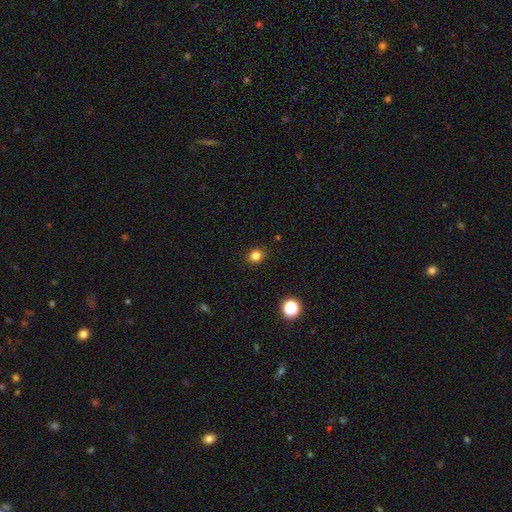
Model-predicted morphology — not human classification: The model was most divided on "how rounded": round: 76%, in between: 23%, cigar-shaped: 1%. More confident: merging — none (90%); smooth or featured — smooth (82%).